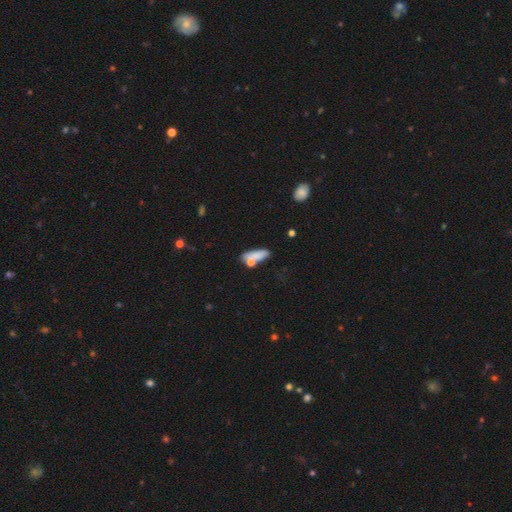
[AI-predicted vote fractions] smooth_or_featured: smooth (p=0.72) [alt: featured or disk p=0.19]
how_rounded: in between (p=0.59) [alt: cigar-shaped p=0.34]
merging: none (p=0.50) [alt: merger p=0.21]